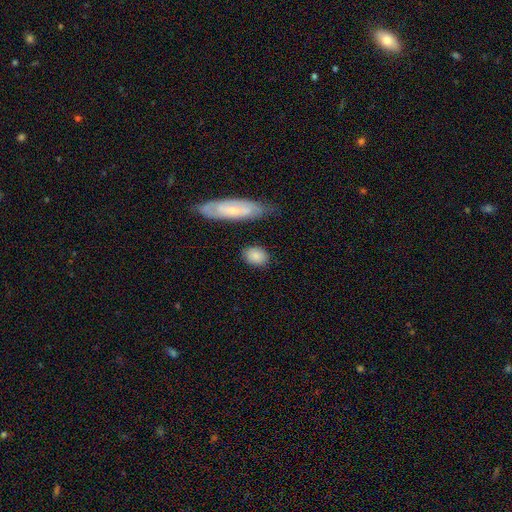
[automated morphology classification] smooth_or_featured: smooth (p=0.84) [alt: featured or disk p=0.09]
how_rounded: in between (p=0.58) [alt: round p=0.38]
merging: none (p=0.78) [alt: minor disturbance p=0.14]